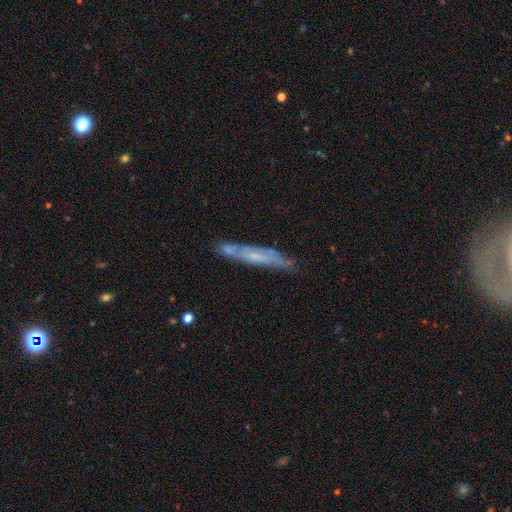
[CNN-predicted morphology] featured or disk 56%, smooth 37%, star or artifact 7%. Down the decision tree: edge-on disk — yes (67%); merging — none (70%).